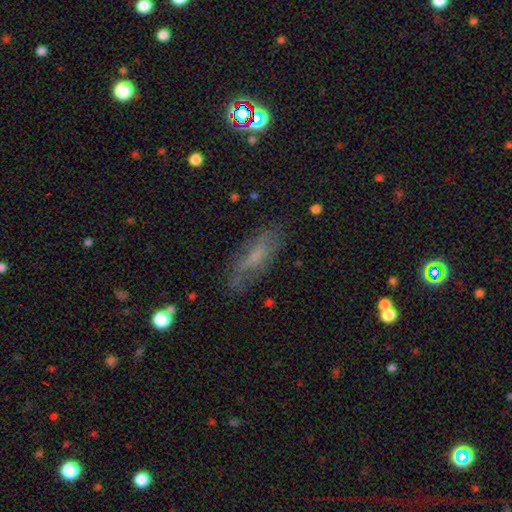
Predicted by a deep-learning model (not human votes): Q: Smooth or featured?
A: smooth (49%); runner-up: featured or disk (39%)
Q: Merging?
A: none (71%); runner-up: minor disturbance (19%)